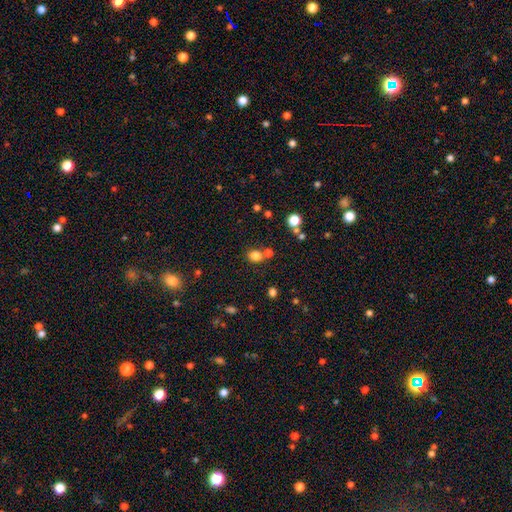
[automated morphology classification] A smooth galaxy with no disk features (80%) that is round (66%).

Vote fractions:
- Smooth or featured? smooth: 80% / star or artifact: 14% / featured or disk: 6%
- How rounded? round: 66% / in between: 33% / cigar-shaped: 1%
- Merging? none: 65% / merger: 22% / minor disturbance: 10% / major disturbance: 4%